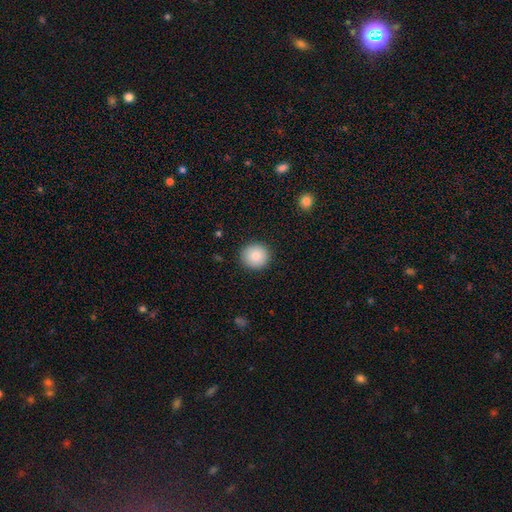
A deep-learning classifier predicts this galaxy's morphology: Smooth or featured: smooth — 83% (star or artifact — 9%)
How rounded: round — 93% (in between — 6%)
Merging: none — 91% (minor disturbance — 6%)